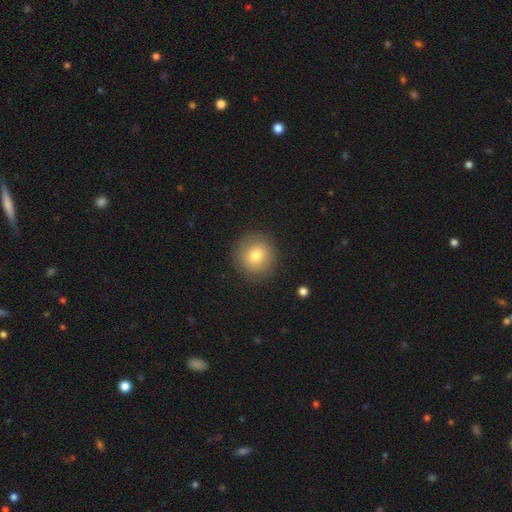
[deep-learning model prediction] smooth_or_featured: smooth (p=0.76) [alt: featured or disk p=0.14]
how_rounded: round (p=0.93) [alt: in between p=0.06]
merging: none (p=0.88) [alt: minor disturbance p=0.08]